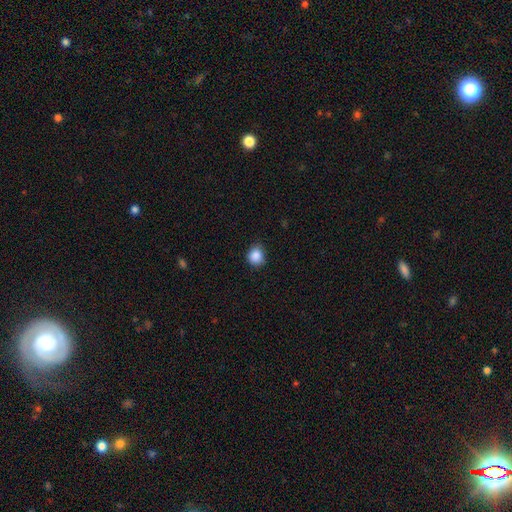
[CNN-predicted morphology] type=smooth (87%); roundness=round (79%); merging=none (78%).